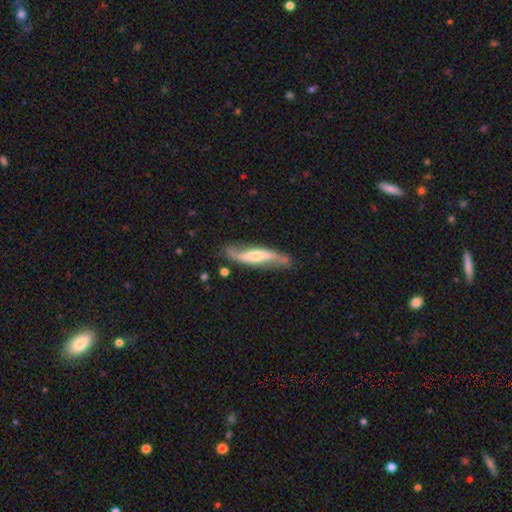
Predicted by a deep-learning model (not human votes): Overall: featured or disk (73%). Edge-on disk: no (67%; yes 33%). Merging: none (70%).